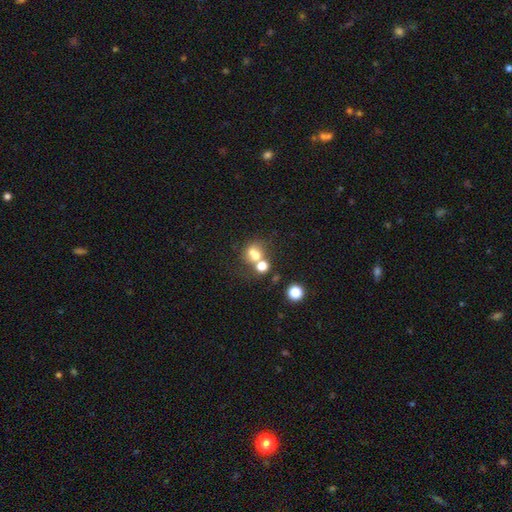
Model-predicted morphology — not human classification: type=smooth (65%); roundness=round (64%); merging=merger (48%).